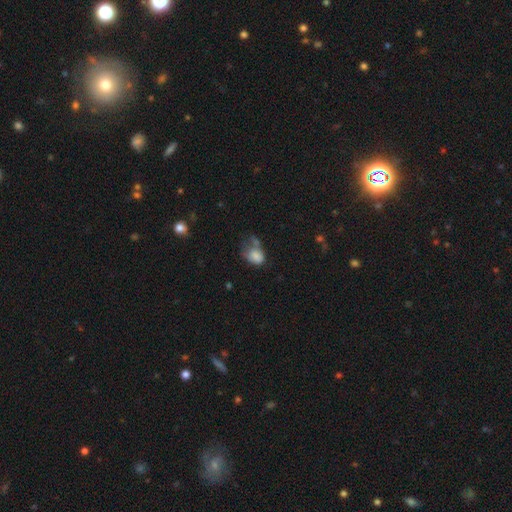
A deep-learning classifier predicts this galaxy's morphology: The model was most divided on "merging": minor disturbance: 28%, none: 26%, major disturbance: 26%, merger: 20%. More confident: smooth or featured — smooth (78%); how rounded — in between (69%).